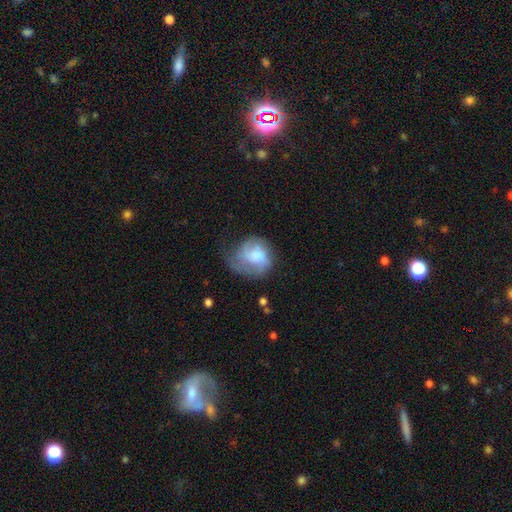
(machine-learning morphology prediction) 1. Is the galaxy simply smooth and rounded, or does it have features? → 49% smooth, 44% featured or disk, 8% star or artifact.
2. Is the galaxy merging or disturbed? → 34% none, 32% major disturbance, 31% minor disturbance, 3% merger.